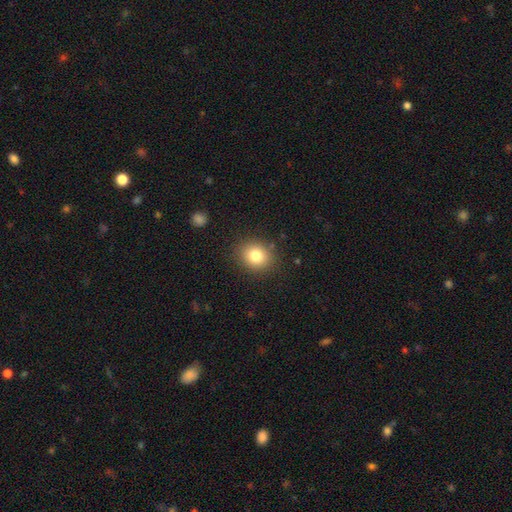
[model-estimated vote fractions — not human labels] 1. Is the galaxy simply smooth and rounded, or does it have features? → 80% smooth, 11% star or artifact, 9% featured or disk.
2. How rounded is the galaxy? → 69% round, 30% in between, 1% cigar-shaped.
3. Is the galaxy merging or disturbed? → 87% none, 9% minor disturbance, 3% major disturbance, 1% merger.